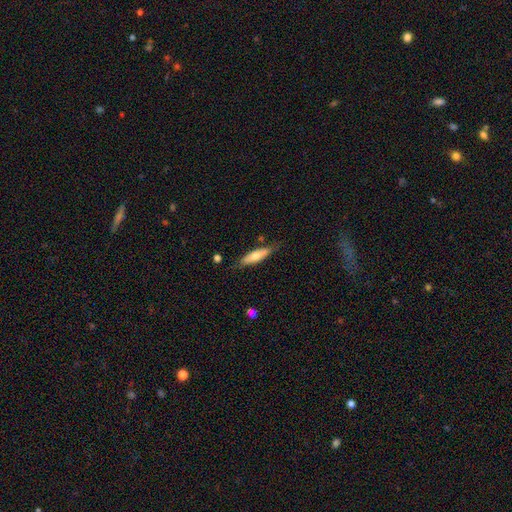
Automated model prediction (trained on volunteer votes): Smooth or featured? Predicted: smooth (p=0.65). How rounded? Predicted: cigar-shaped (p=0.64). Merging? Predicted: none (p=0.73).